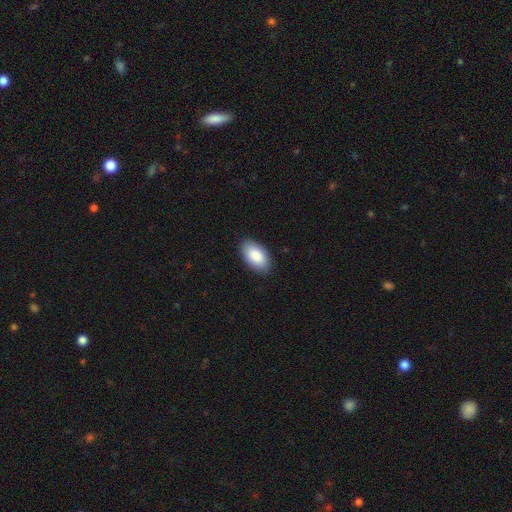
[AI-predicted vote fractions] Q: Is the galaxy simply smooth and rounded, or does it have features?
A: smooth — 89%.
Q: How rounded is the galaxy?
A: in between — 96%.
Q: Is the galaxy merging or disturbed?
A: none — 88%.